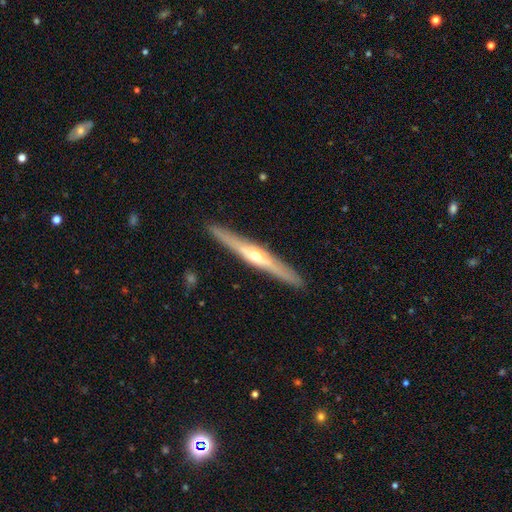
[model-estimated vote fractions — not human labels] This is likely a featured or disk galaxy (75%). It is clearly viewed edge-on (96%). Edge-on bulge: clearly rounded (89%). Merging: clearly none (90%).